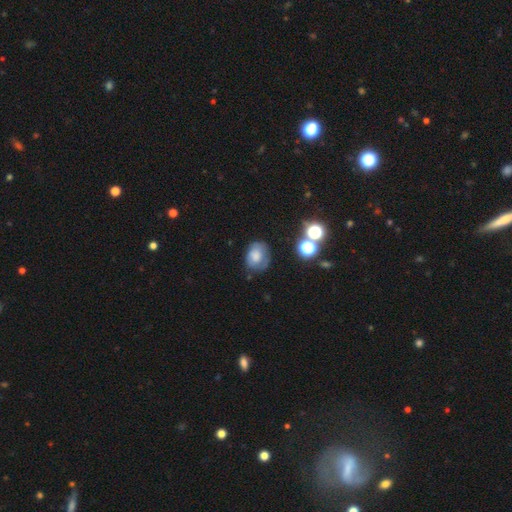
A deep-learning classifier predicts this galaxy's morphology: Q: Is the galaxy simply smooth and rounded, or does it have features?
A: smooth — 61%.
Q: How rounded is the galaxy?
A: in between — 60%.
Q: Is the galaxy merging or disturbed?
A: none — 60%.